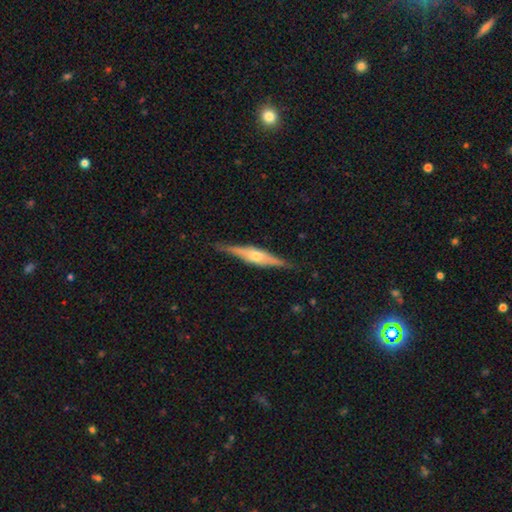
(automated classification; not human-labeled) Smooth or featured: featured or disk — 76% (smooth — 18%)
Edge-on disk: yes — 96% (no — 4%)
Edge-on bulge: rounded — 78% (boxy — 17%)
Merging: none — 86% (minor disturbance — 10%)